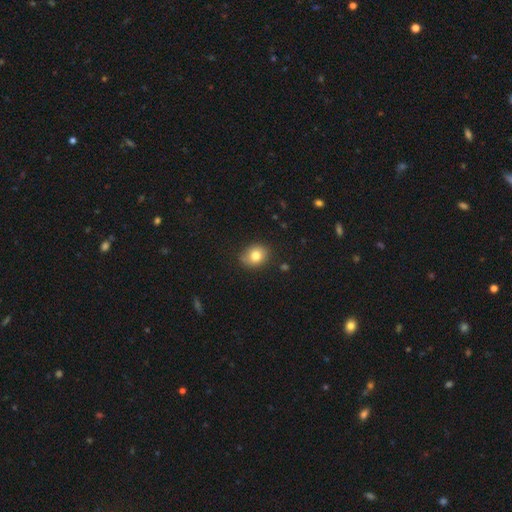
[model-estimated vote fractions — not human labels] This is clearly a smooth galaxy (80%). How rounded: possibly round (56%). Merging: clearly none (83%).